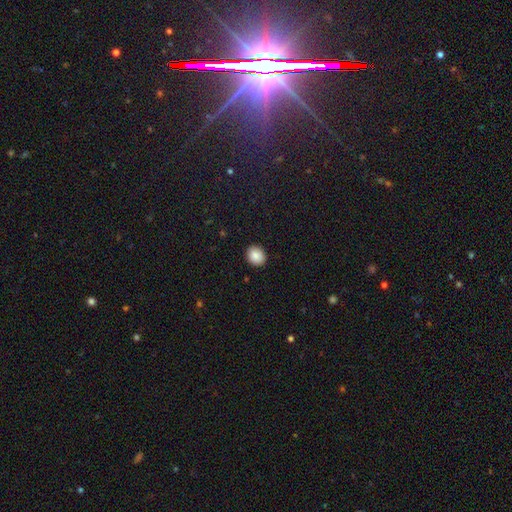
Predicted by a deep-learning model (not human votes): This is clearly a smooth galaxy (88%). How rounded: likely round (63%). Merging: clearly none (91%).